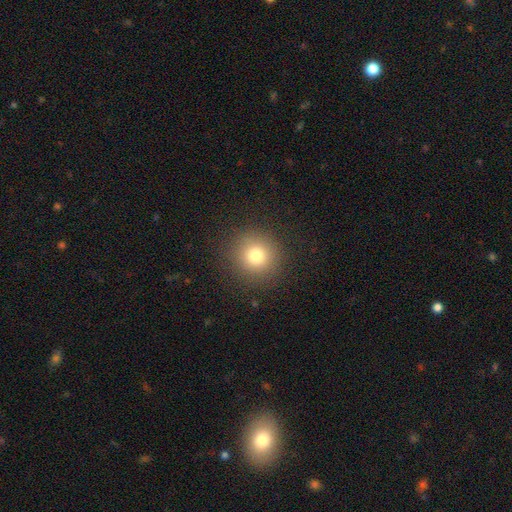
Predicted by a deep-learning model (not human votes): This is likely a smooth galaxy (76%). How rounded: clearly round (94%). Merging: clearly none (89%).